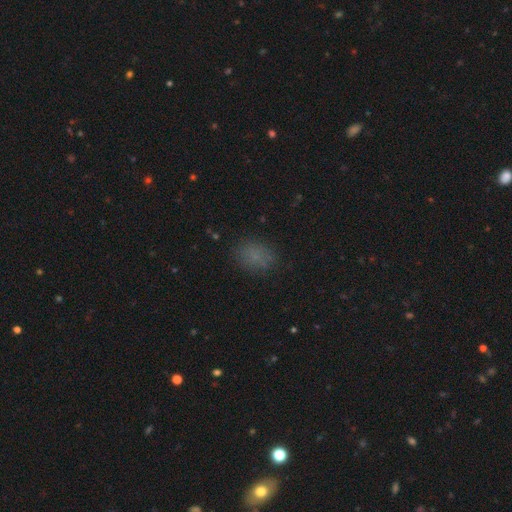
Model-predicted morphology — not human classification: Smooth or featured?
  - smooth: 75% *
  - star or artifact: 17%
  - featured or disk: 8%
How rounded?
  - in between: 61% *
  - round: 37%
  - cigar-shaped: 1%
Merging?
  - none: 81% *
  - minor disturbance: 13%
  - major disturbance: 5%
  - merger: 1%